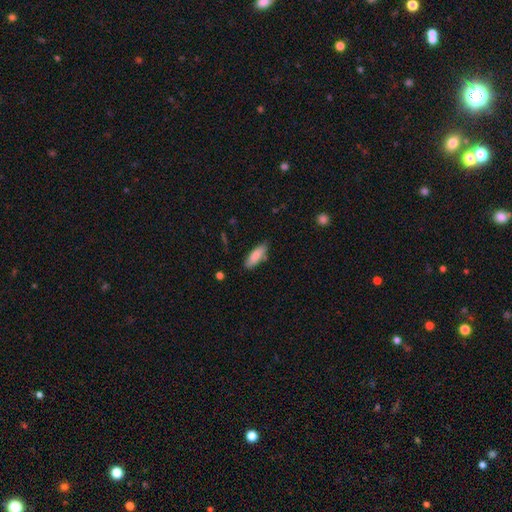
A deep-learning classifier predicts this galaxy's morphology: The model was most divided on "how rounded": in between: 58%, cigar-shaped: 40%, round: 2%. More confident: smooth or featured — smooth (83%); merging — none (77%).